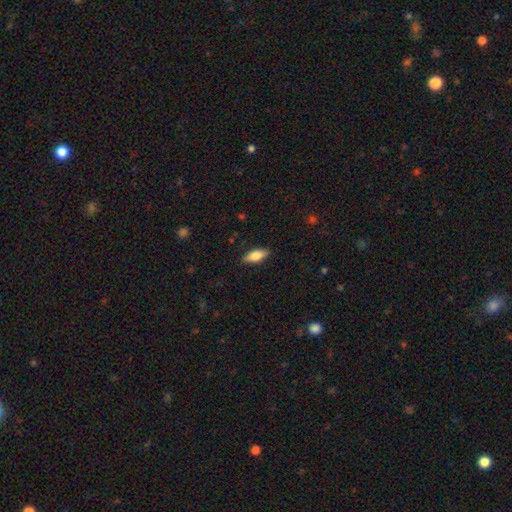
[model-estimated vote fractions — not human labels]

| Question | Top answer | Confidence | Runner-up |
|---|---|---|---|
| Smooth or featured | smooth | 75% | featured or disk (19%) |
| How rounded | in between | 78% | cigar-shaped (19%) |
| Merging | none | 87% | minor disturbance (10%) |